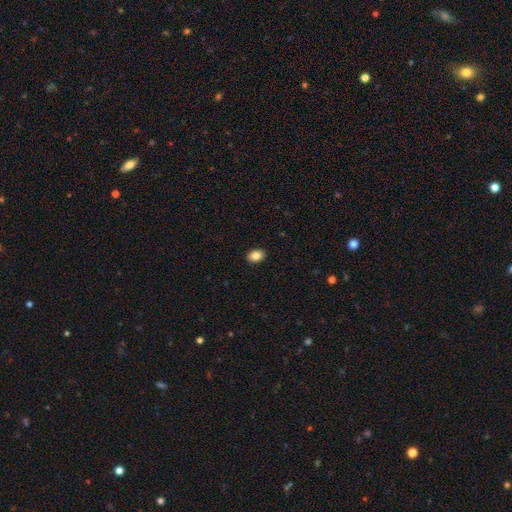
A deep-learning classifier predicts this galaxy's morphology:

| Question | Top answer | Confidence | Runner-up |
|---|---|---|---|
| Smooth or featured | smooth | 85% | star or artifact (9%) |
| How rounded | in between | 71% | round (28%) |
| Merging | none | 91% | minor disturbance (7%) |